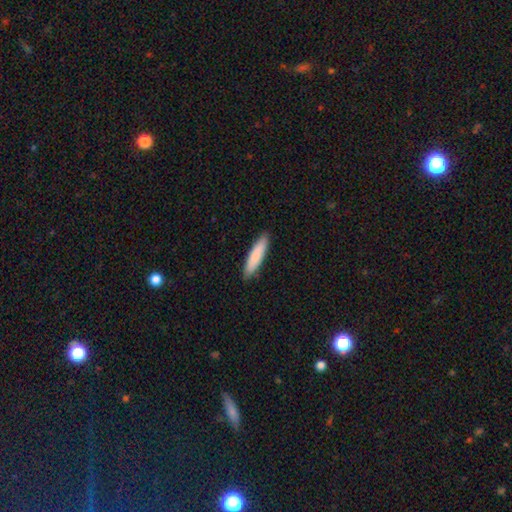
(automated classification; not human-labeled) smooth_or_featured: smooth (p=0.85) [alt: featured or disk p=0.10]
how_rounded: cigar-shaped (p=0.78) [alt: in between p=0.21]
merging: none (p=0.89) [alt: minor disturbance p=0.08]